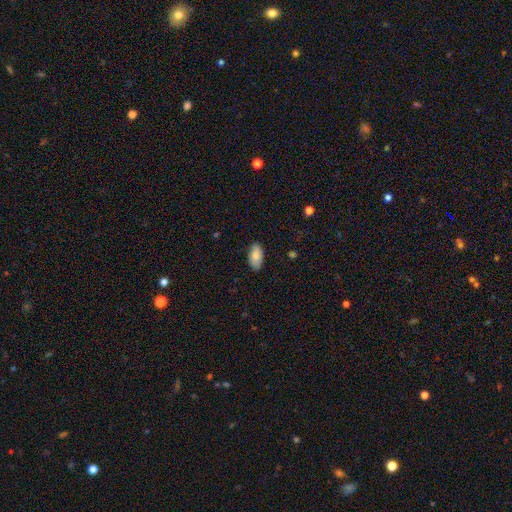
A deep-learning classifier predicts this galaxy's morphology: Smooth or featured? Predicted: smooth (p=0.85). How rounded? Predicted: in between (p=0.95). Merging? Predicted: none (p=0.85).